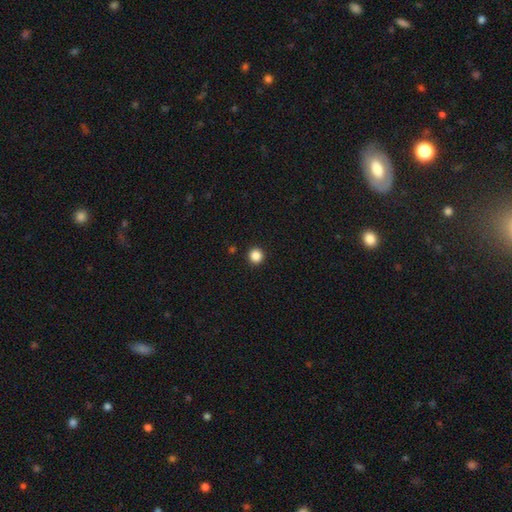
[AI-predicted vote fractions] A smooth galaxy with no disk features (86%) that is round (95%).

Vote fractions:
- Smooth or featured? smooth: 86% / star or artifact: 11% / featured or disk: 3%
- How rounded? round: 95% / in between: 4% / cigar-shaped: 1%
- Merging? none: 93% / minor disturbance: 4% / major disturbance: 2% / merger: 1%